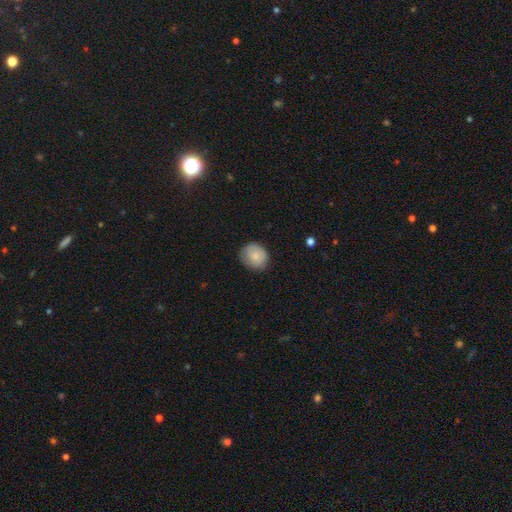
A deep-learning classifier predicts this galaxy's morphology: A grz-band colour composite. It shows a smooth galaxy with no disk features (79%) that is round (74%). Merging: none (79%).